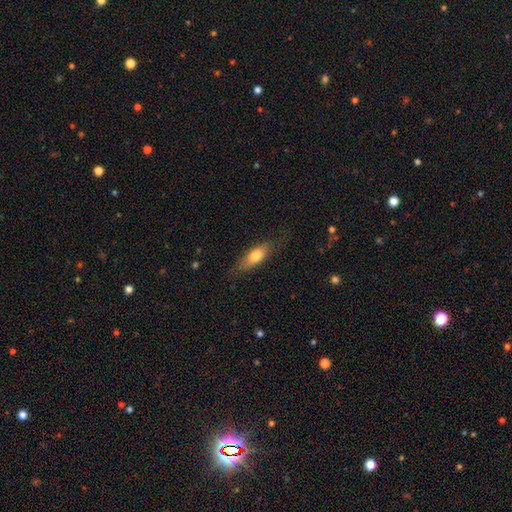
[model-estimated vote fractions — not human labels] Smooth or featured? smooth (69%)
How rounded? in between (62%)
Merging? none (73%)